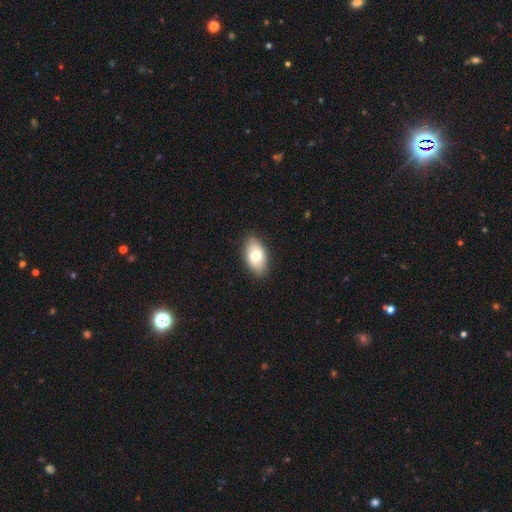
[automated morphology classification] smooth-or-featured: smooth: 76% | featured or disk: 18% | star or artifact: 6%
  how-rounded: in between: 93% | round: 5% | cigar-shaped: 2%
  merging: none: 88% | minor disturbance: 9% | major disturbance: 2% | merger: 1%